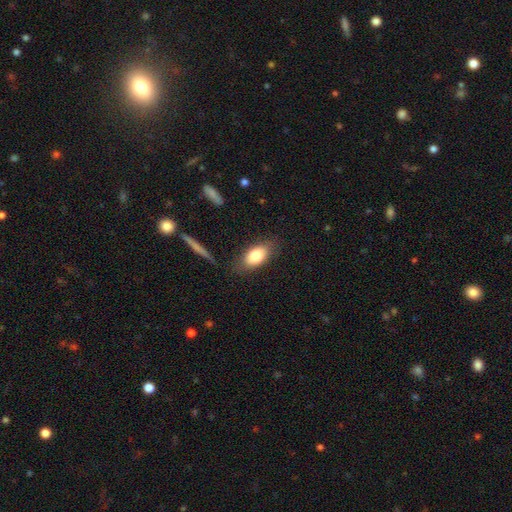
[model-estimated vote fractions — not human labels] smooth_or_featured: smooth (p=0.80) [alt: featured or disk p=0.12]
how_rounded: in between (p=0.89) [alt: round p=0.06]
merging: none (p=0.77) [alt: minor disturbance p=0.15]